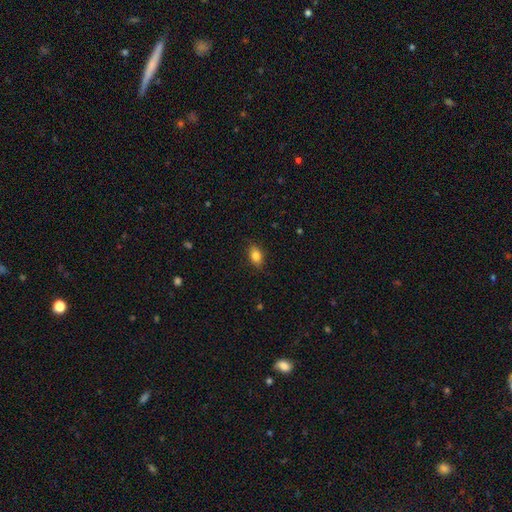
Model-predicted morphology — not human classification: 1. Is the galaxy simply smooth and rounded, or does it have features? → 84% smooth, 9% star or artifact, 8% featured or disk.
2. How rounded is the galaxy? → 84% in between, 12% round, 4% cigar-shaped.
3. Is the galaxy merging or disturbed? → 83% none, 13% minor disturbance, 3% major disturbance, 1% merger.